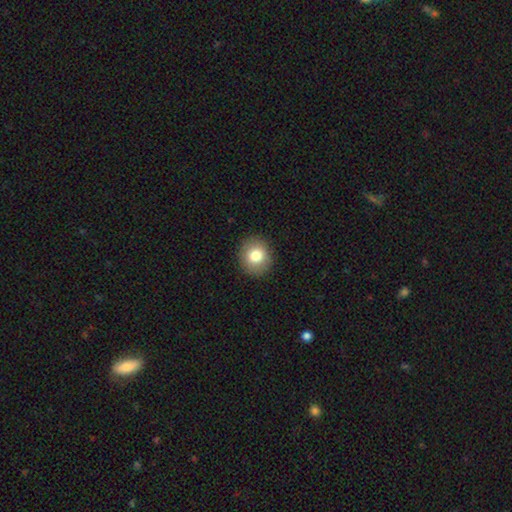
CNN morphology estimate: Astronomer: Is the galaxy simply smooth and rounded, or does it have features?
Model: smooth — 81%.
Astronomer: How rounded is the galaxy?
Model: round — 80%.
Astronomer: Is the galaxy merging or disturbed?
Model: none — 90%.